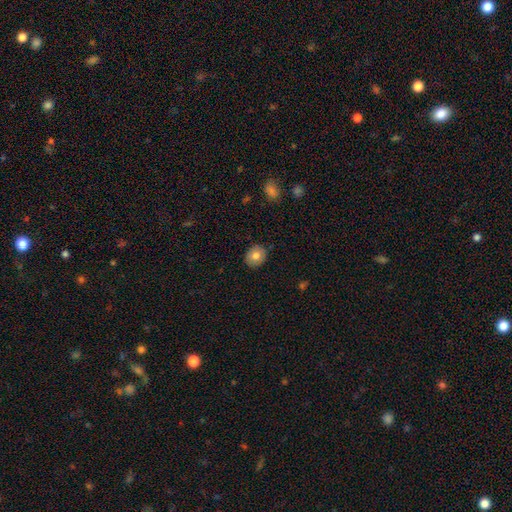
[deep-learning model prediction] Overall: smooth (77%). How rounded: round (72%). Merging: none (87%).